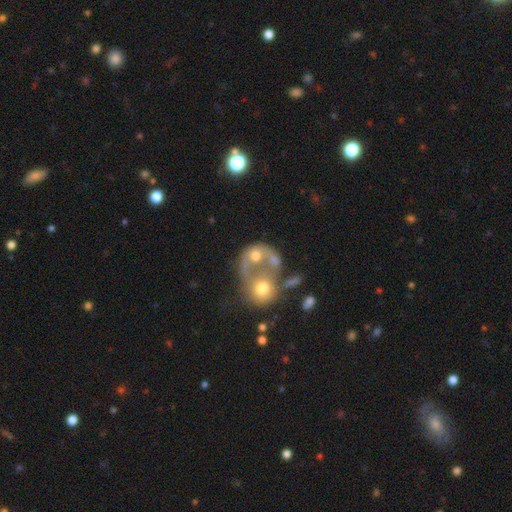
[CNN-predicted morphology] smooth_or_featured: featured or disk (p=0.46) [alt: smooth p=0.44]
merging: merger (p=0.69) [alt: major disturbance p=0.16]